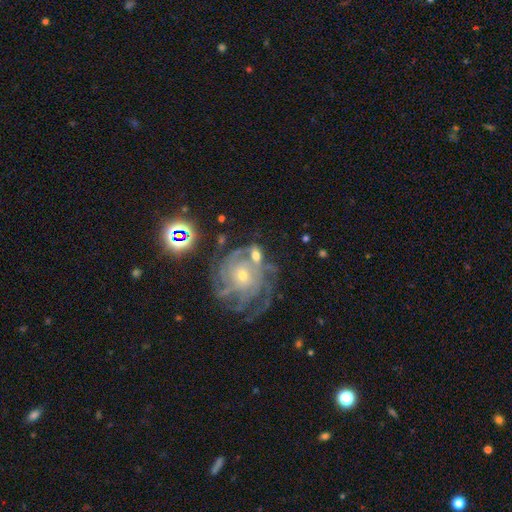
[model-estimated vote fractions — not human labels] Q: Smooth or featured?
A: featured or disk (74%); runner-up: smooth (15%)
Q: Edge-on disk?
A: no (96%); runner-up: yes (4%)
Q: Bar?
A: no (68%); runner-up: weak (24%)
Q: Spiral arms?
A: yes (91%); runner-up: no (9%)
Q: Spiral winding?
A: tight (63%); runner-up: medium (28%)
Q: Spiral arm count?
A: can't tell (30%); runner-up: 4 (20%)
Q: Bulge size?
A: small (54%); runner-up: moderate (39%)
Q: Merging?
A: none (49%); runner-up: merger (20%)